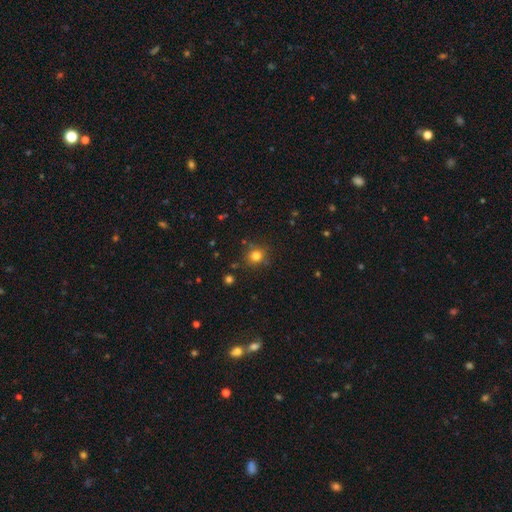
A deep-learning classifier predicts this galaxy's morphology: Smooth or featured?
  - smooth: 79% *
  - star or artifact: 14%
  - featured or disk: 6%
How rounded?
  - round: 88% *
  - in between: 12%
  - cigar-shaped: 1%
Merging?
  - none: 84% *
  - minor disturbance: 10%
  - merger: 3%
  - major disturbance: 3%